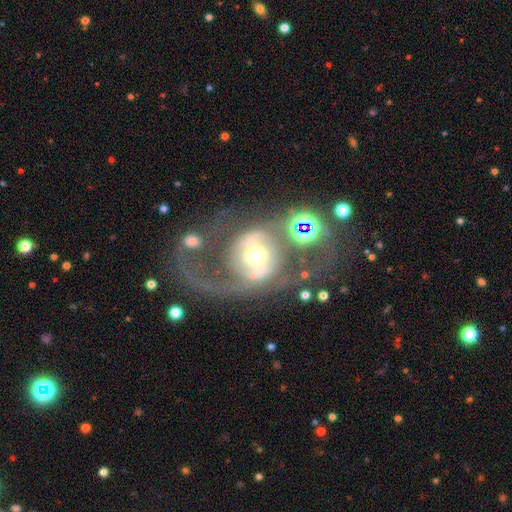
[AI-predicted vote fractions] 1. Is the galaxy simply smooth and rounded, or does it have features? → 77% featured or disk, 14% smooth, 9% star or artifact.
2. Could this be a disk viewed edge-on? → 96% no, 4% yes.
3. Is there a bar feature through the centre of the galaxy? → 36% weak (tied), 36% strong (tied), 29% no.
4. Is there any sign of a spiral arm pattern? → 78% yes, 22% no.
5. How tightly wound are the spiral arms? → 44% loose, 41% medium, 15% tight.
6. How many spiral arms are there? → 70% 2, 15% 1, 9% can't tell, 3% 3, 1% 4, 1% more than 4.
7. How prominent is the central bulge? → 65% moderate, 19% small, 12% large, 2% dominant, 1% none.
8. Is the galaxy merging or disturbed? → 38% none, 31% major disturbance, 17% merger, 14% minor disturbance.